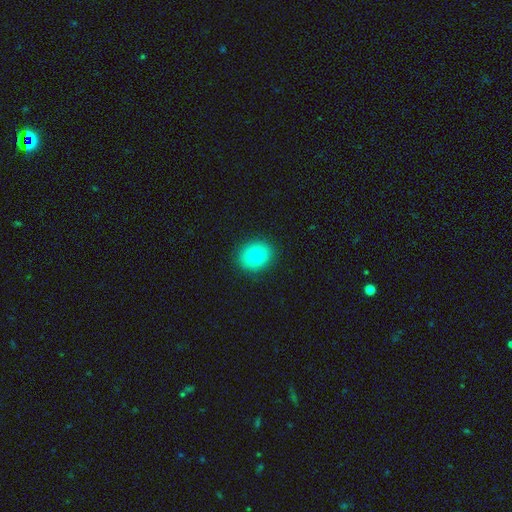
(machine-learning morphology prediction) A smooth galaxy with no disk features (80%) that is round (70%).

Vote fractions:
- Smooth or featured? smooth: 80% / featured or disk: 11% / star or artifact: 10%
- How rounded? round: 70% / in between: 29% / cigar-shaped: 1%
- Merging? none: 90% / minor disturbance: 7% / major disturbance: 2% / merger: 1%